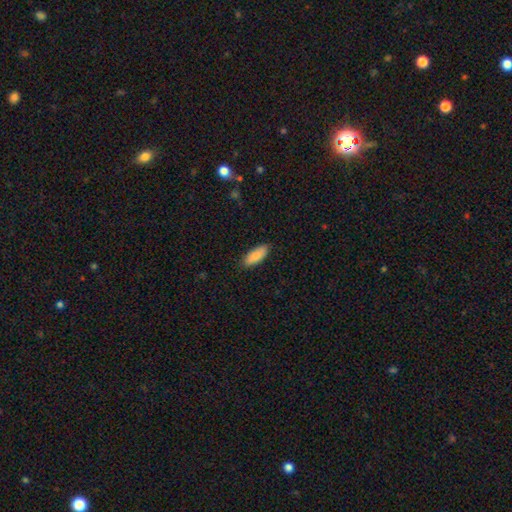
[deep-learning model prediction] smooth 87%, featured or disk 7%, star or artifact 6%. Down the decision tree: how rounded — in between (76%); merging — none (87%).